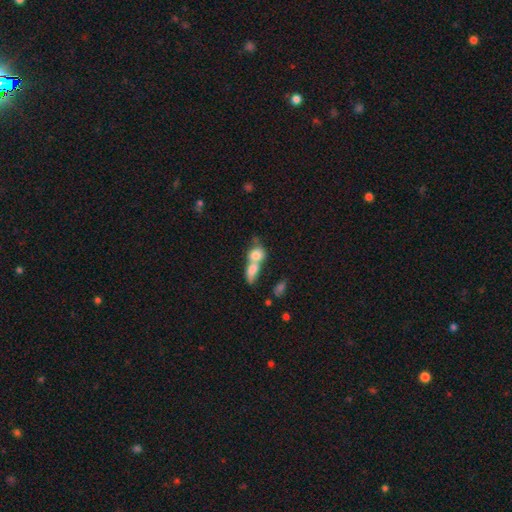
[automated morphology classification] smooth-or-featured: smooth: 75% | featured or disk: 17% | star or artifact: 9%
  how-rounded: in between: 50% | round: 45% | cigar-shaped: 5%
  merging: merger: 75% | none: 15% | minor disturbance: 5% | major disturbance: 5%